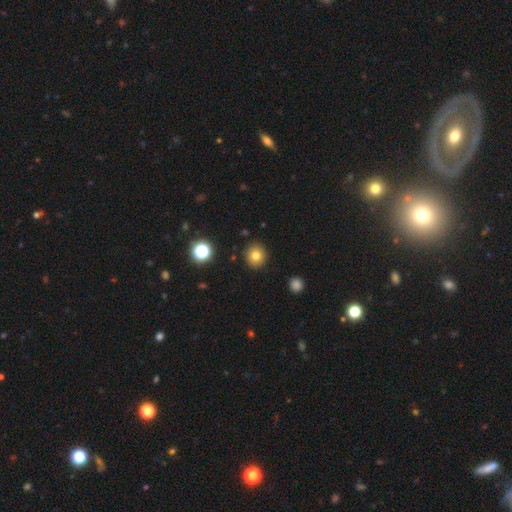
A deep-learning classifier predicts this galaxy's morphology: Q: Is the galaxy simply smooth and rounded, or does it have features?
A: smooth — 78%.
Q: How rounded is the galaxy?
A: round — 87%.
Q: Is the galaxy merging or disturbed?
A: none — 89%.